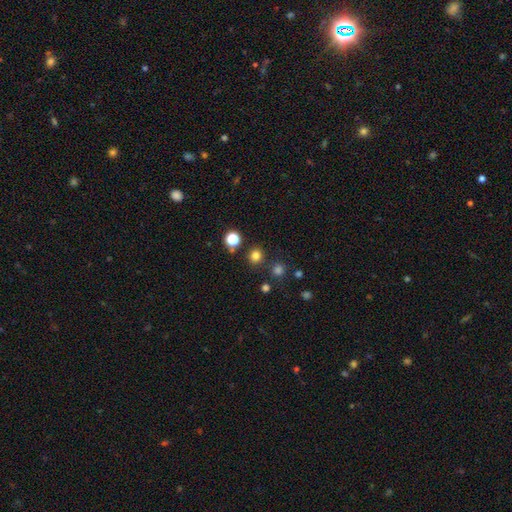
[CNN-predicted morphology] Q: Smooth or featured?
A: smooth (78%); runner-up: star or artifact (18%)
Q: How rounded?
A: round (89%); runner-up: in between (10%)
Q: Merging?
A: none (85%); runner-up: minor disturbance (7%)